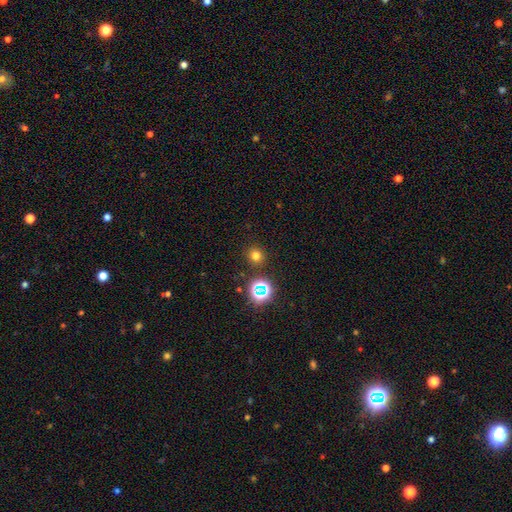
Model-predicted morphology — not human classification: Smooth or featured: smooth — 72% (star or artifact — 22%)
How rounded: round — 91% (in between — 8%)
Merging: none — 89% (minor disturbance — 6%)